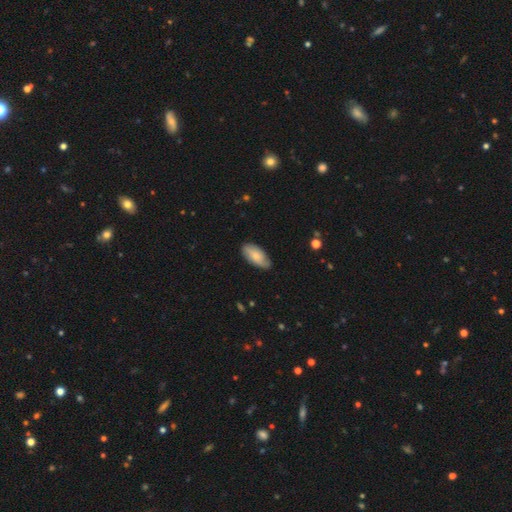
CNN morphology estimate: smooth-or-featured: smooth: 64% | featured or disk: 30% | star or artifact: 6%
  how-rounded: in between: 91% | cigar-shaped: 7% | round: 2%
  merging: none: 77% | minor disturbance: 18% | major disturbance: 3% | merger: 1%